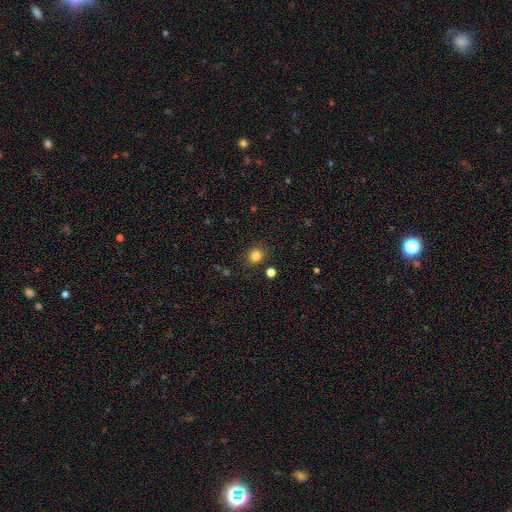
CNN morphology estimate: Smooth or featured?
  - smooth: 82% *
  - star or artifact: 13%
  - featured or disk: 5%
How rounded?
  - round: 80% *
  - in between: 20%
  - cigar-shaped: 1%
Merging?
  - none: 86% *
  - minor disturbance: 8%
  - merger: 3%
  - major disturbance: 3%